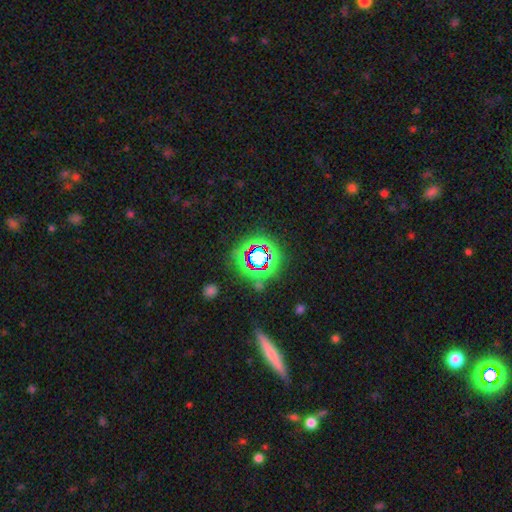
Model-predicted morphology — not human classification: This is likely a star or artifact rather than a galaxy (68%).